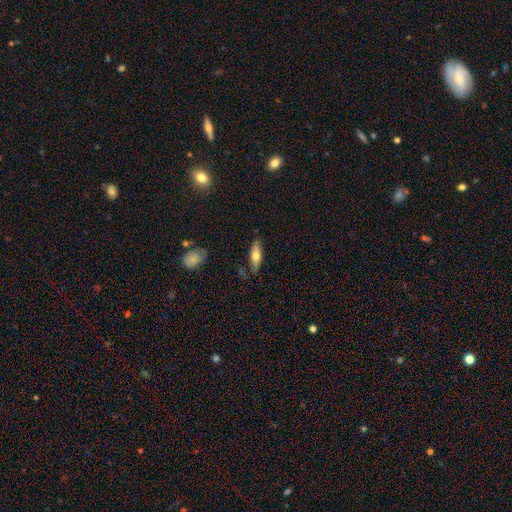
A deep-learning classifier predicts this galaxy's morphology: Smooth or featured: smooth — 62% (featured or disk — 32%)
How rounded: in between — 51% (cigar-shaped — 46%)
Merging: none — 79% (minor disturbance — 15%)